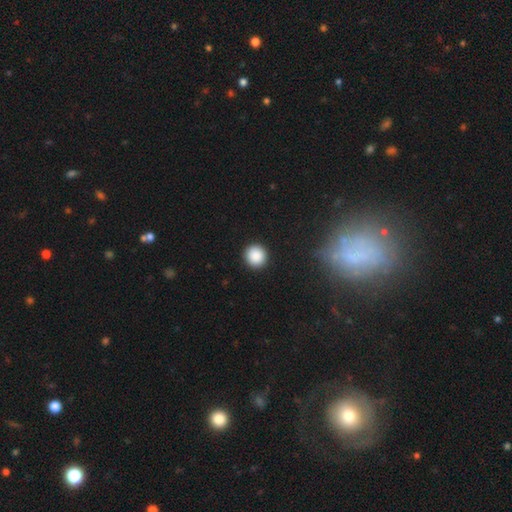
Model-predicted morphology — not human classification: Smooth or featured? Predicted: smooth (p=0.88). How rounded? Predicted: round (p=0.93). Merging? Predicted: none (p=0.93).